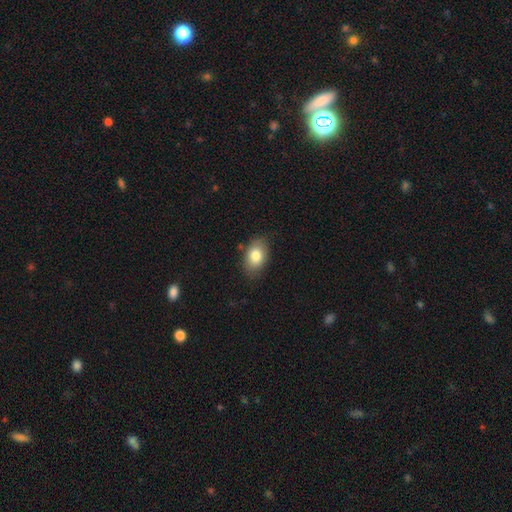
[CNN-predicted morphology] smooth 81%, featured or disk 11%, star or artifact 8%. Down the decision tree: how rounded — in between (83%); merging — none (78%).